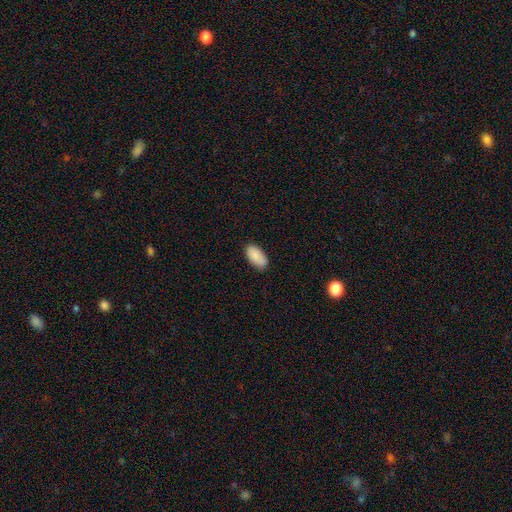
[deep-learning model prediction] A smooth galaxy with no disk features (87%) that is in between round and cigar-shaped (95%).

Vote fractions:
- Smooth or featured? smooth: 87% / star or artifact: 7% / featured or disk: 6%
- How rounded? in between: 95% / cigar-shaped: 3% / round: 3%
- Merging? none: 83% / minor disturbance: 13% / major disturbance: 2% / merger: 1%